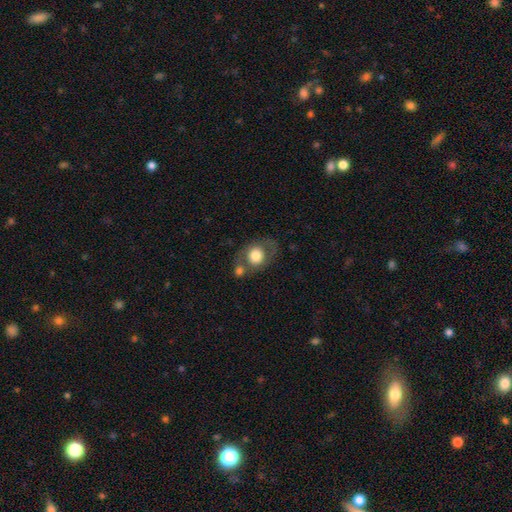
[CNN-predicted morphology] smooth_or_featured: smooth (p=0.68) [alt: featured or disk p=0.24]
how_rounded: round (p=0.58) [alt: in between p=0.40]
merging: none (p=0.50) [alt: merger p=0.26]